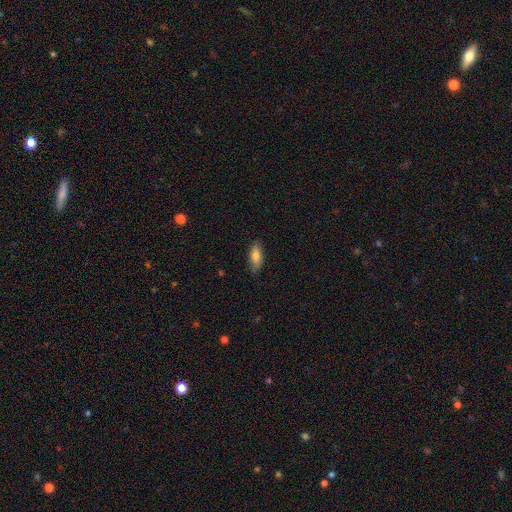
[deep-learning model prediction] Smooth or featured: smooth — 74% (featured or disk — 19%)
How rounded: in between — 69% (cigar-shaped — 28%)
Merging: none — 81% (minor disturbance — 15%)